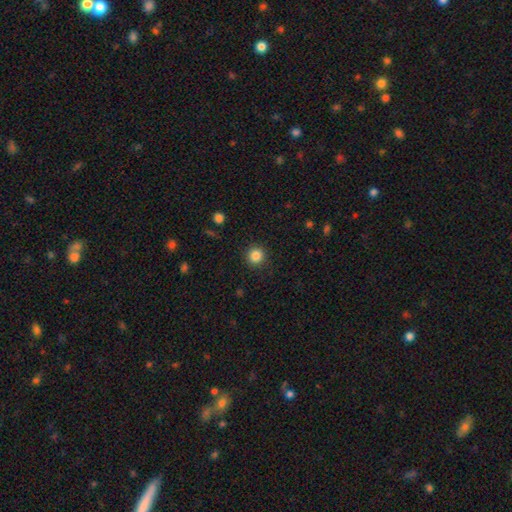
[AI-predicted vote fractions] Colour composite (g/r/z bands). It shows a smooth galaxy with no disk features (85%) that is round (94%). Merging: none (91%).